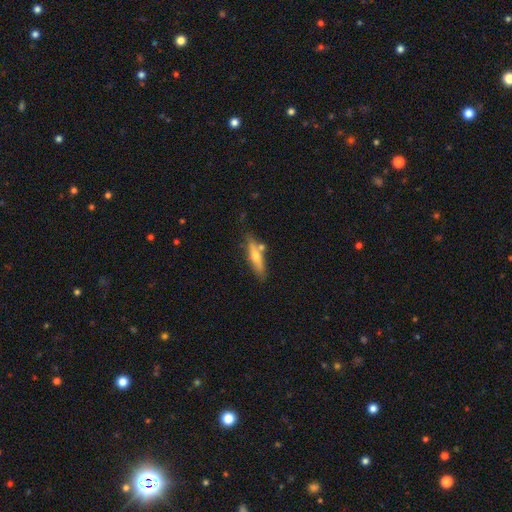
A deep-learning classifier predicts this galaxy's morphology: Smooth or featured? Predicted: featured or disk (p=0.48). Merging? Predicted: none (p=0.72).